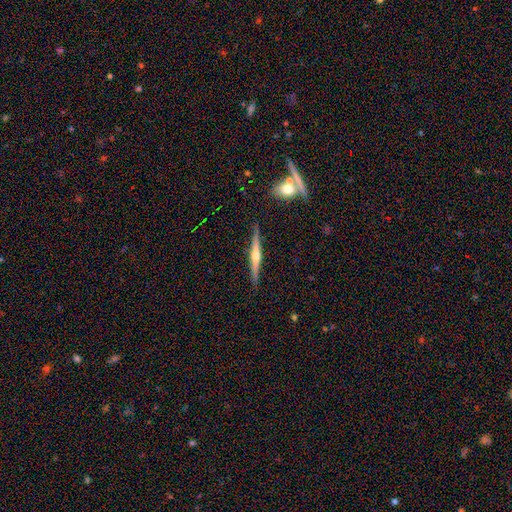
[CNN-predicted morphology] Smooth or featured? featured or disk (75%)
Edge-on disk? yes (98%)
Edge-on bulge? rounded (88%)
Merging? none (89%)